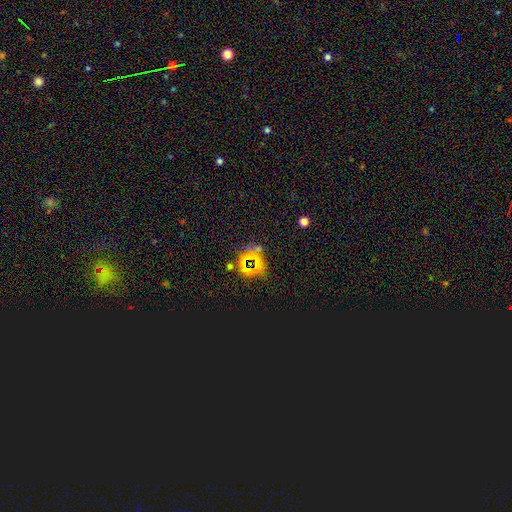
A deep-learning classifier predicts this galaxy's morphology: Smooth or featured: star or artifact — 71% (smooth — 20%)